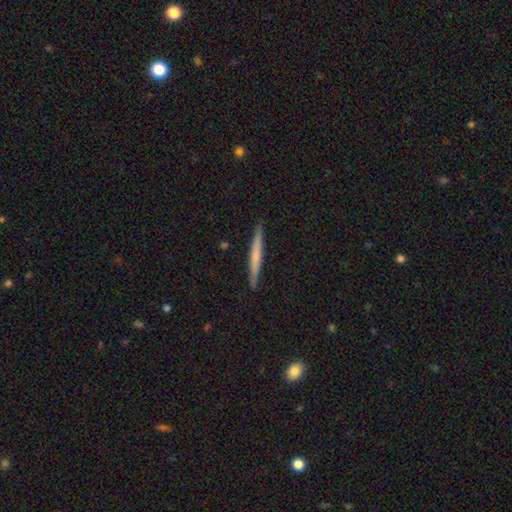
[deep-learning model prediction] Smooth or featured? Predicted: smooth (p=0.53). How rounded? Predicted: cigar-shaped (p=0.97). Merging? Predicted: none (p=0.91).